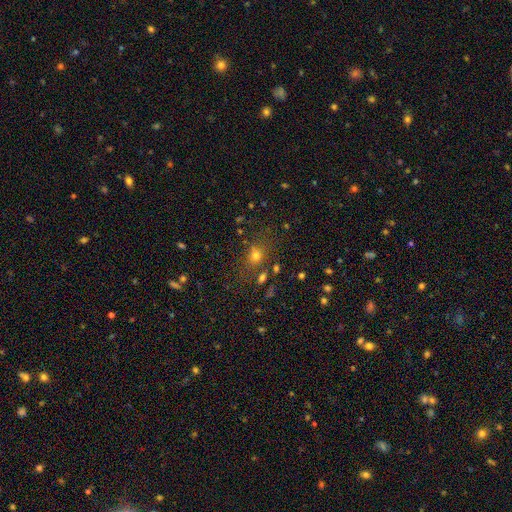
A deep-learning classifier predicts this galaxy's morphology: The model was most divided on "how rounded": round: 59%, in between: 39%, cigar-shaped: 2%. More confident: merging — none (70%); smooth or featured — smooth (67%).